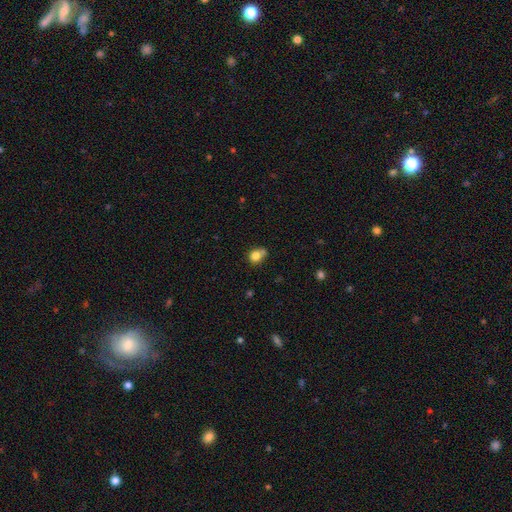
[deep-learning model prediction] A smooth galaxy with no disk features (79%) that is round (72%).

Vote fractions:
- Smooth or featured? smooth: 79% / star or artifact: 11% / featured or disk: 10%
- How rounded? round: 72% / in between: 27% / cigar-shaped: 1%
- Merging? none: 49% / merger: 24% / minor disturbance: 21% / major disturbance: 7%